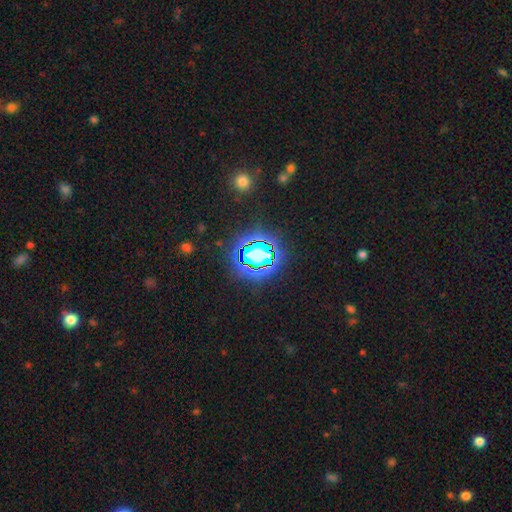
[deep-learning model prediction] Overall: star or artifact (77%).